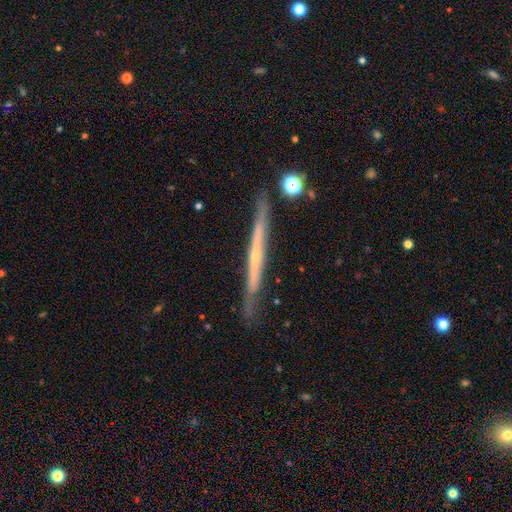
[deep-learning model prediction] A featured or disk galaxy (69%) viewed edge-on (96%) with no central bulge (65%).

Vote fractions:
- Smooth or featured? featured or disk: 69% / smooth: 24% / star or artifact: 6%
- Edge-on disk? yes: 96% / no: 4%
- Edge-on bulge? none: 65% / rounded: 31% / boxy: 4%
- Merging? none: 84% / minor disturbance: 12% / major disturbance: 2% / merger: 2%